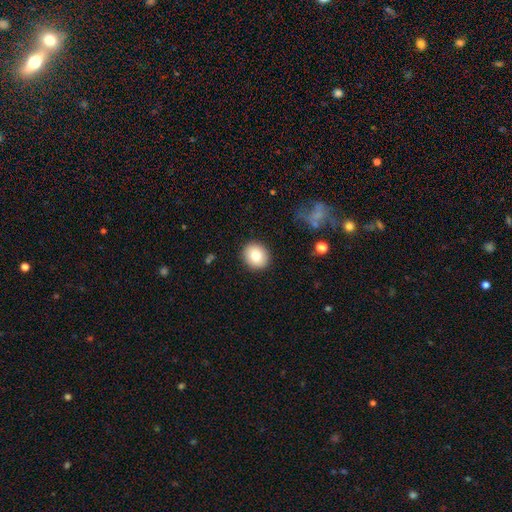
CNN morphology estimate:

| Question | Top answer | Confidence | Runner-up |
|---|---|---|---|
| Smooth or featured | smooth | 80% | featured or disk (11%) |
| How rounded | round | 77% | in between (22%) |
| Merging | none | 90% | minor disturbance (7%) |